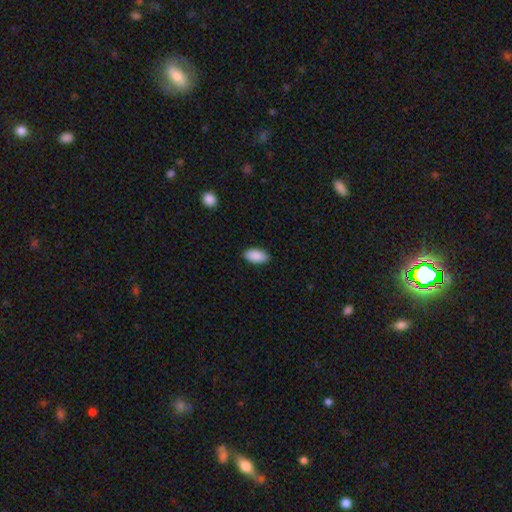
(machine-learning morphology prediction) Smooth or featured? smooth (90%)
How rounded? in between (95%)
Merging? none (88%)